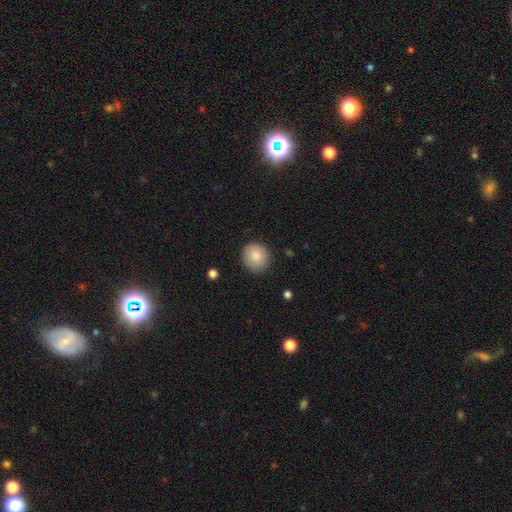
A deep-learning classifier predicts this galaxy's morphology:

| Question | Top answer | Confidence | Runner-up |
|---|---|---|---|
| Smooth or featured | smooth | 86% | star or artifact (8%) |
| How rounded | round | 89% | in between (10%) |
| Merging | none | 86% | minor disturbance (10%) |